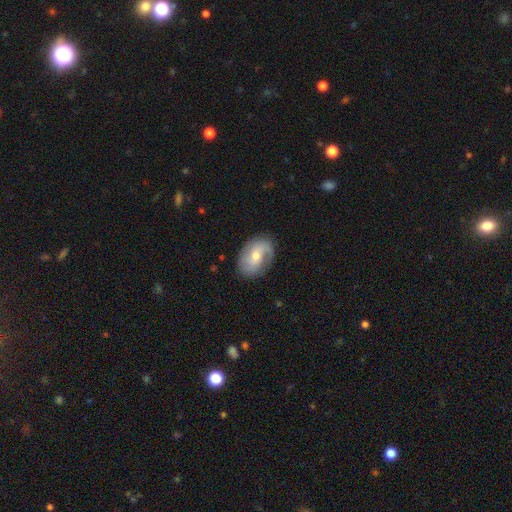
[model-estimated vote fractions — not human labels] Smooth or featured?
  - featured or disk: 64% *
  - smooth: 29%
  - star or artifact: 7%
Edge-on disk?
  - no: 96% *
  - yes: 4%
Bar?
  - no: 55% *
  - weak: 36%
  - strong: 10%
Spiral arms?
  - yes: 86% *
  - no: 14%
Spiral winding?
  - medium: 38% *
  - loose: 35%
  - tight: 27%
Spiral arm count?
  - 2: 59% *
  - 1: 18%
  - can't tell: 17%
  - 3: 4%
  - 4: 2%
  - more than 4: 1%
Bulge size?
  - moderate: 53% *
  - small: 43%
  - large: 2%
  - none: 1%
  - dominant: 1%
Merging?
  - none: 74% *
  - minor disturbance: 18%
  - major disturbance: 6%
  - merger: 1%